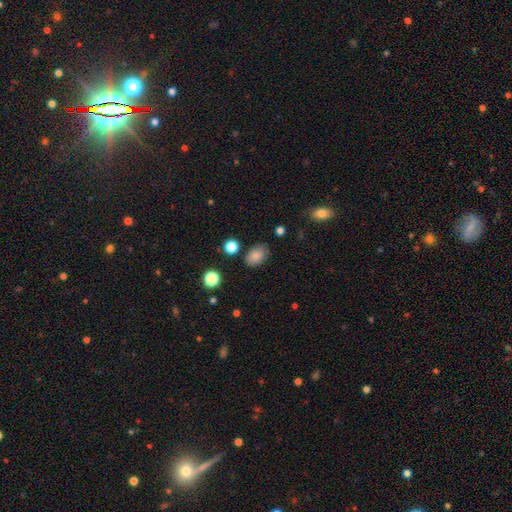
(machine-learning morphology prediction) smooth-or-featured: smooth: 84% | star or artifact: 10% | featured or disk: 6%
  how-rounded: in between: 86% | round: 12% | cigar-shaped: 1%
  merging: none: 80% | minor disturbance: 14% | major disturbance: 3% | merger: 3%